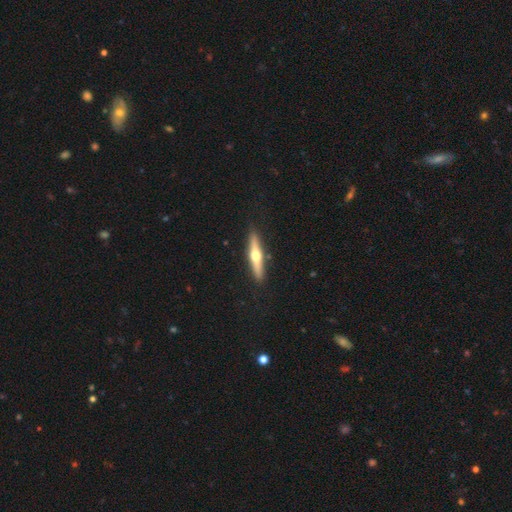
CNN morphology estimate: smooth-or-featured: featured or disk: 61% | smooth: 34% | star or artifact: 5%
  disk-edge-on: yes: 96% | no: 4%
    edge-on-bulge: rounded: 94% | none: 3% | boxy: 3%
  merging: none: 89% | minor disturbance: 8% | major disturbance: 2% | merger: 1%